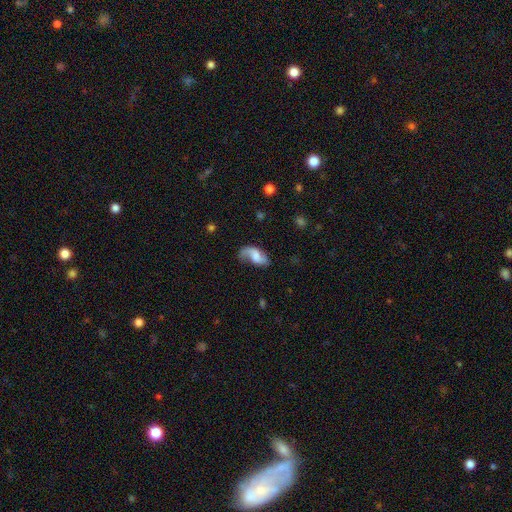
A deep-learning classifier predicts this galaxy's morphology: This is likely a featured or disk galaxy (63%). It is clearly not viewed edge-on (96%). Bar: possibly no (49%). Spiral arm pattern: clearly yes (91%). Spiral arm count: likely 2 (69%). Spiral winding: likely loose (64%). Central bulge: marginally moderate (37%). Merging: possibly none (53%).